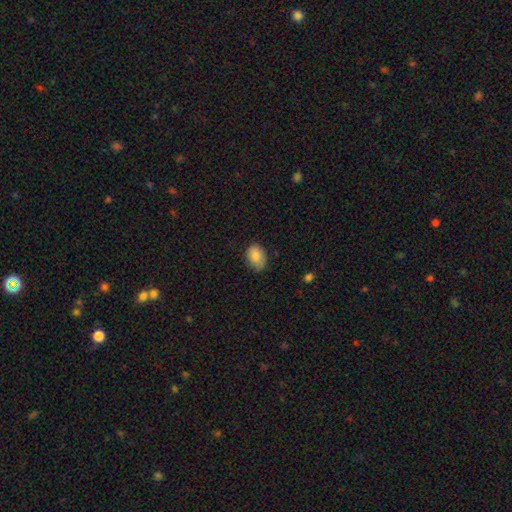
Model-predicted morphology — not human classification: The model was most divided on "merging": none: 76%, minor disturbance: 20%, major disturbance: 3%, merger: 1%. More confident: smooth or featured — smooth (86%); how rounded — in between (82%).